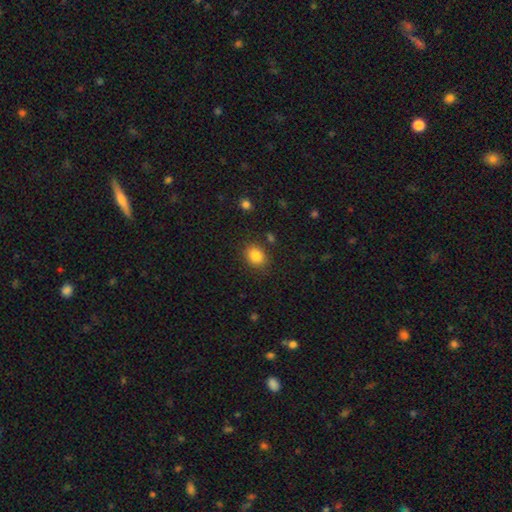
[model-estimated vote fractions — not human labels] Morphology: type=smooth (84%); roundness=in between (50%); merging=none (84%).